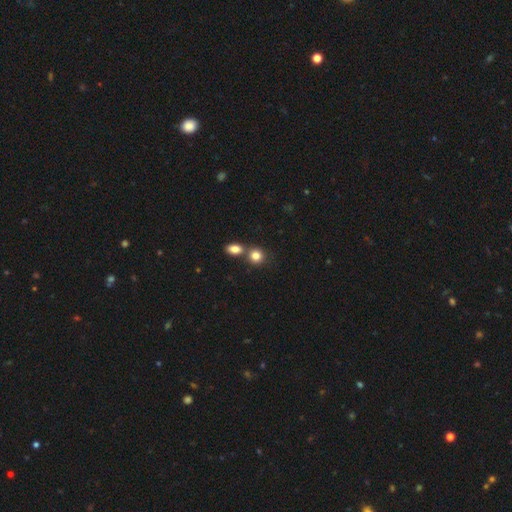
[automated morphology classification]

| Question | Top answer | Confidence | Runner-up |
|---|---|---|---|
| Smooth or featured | smooth | 83% | star or artifact (10%) |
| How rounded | round | 75% | in between (24%) |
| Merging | none | 53% | merger (36%) |